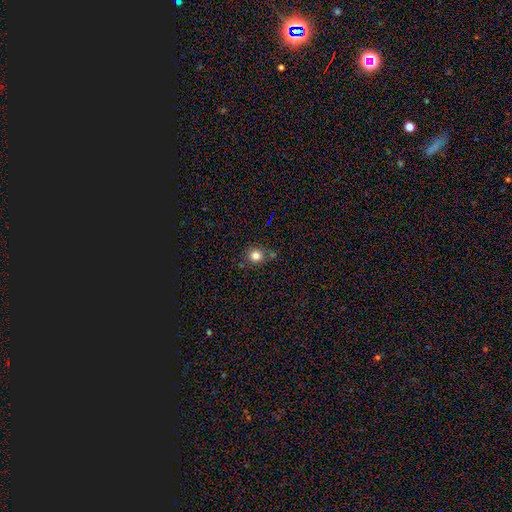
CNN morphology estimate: A smooth galaxy with no disk features (81%) that is round (85%). Merging: none (72%).